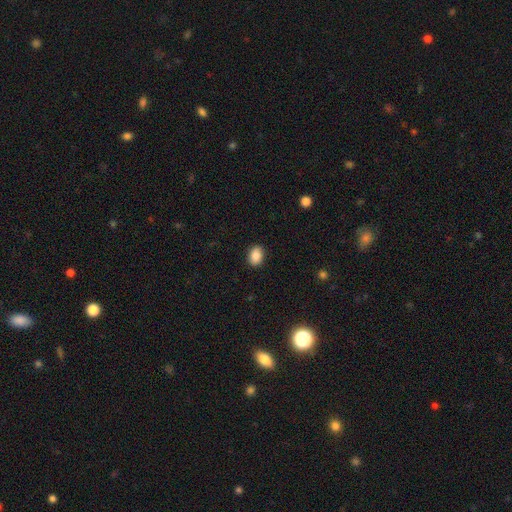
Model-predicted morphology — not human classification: Smooth or featured? Predicted: smooth (p=0.89). How rounded? Predicted: in between (p=0.78). Merging? Predicted: none (p=0.90).